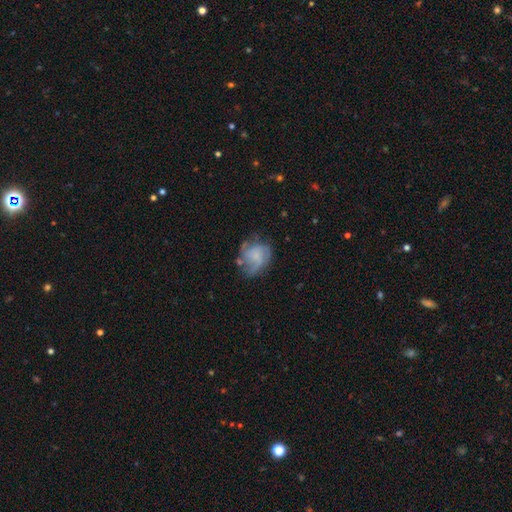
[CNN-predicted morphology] Smooth or featured? Predicted: featured or disk (p=0.57). Edge-on disk? Predicted: no (p=0.98). Bar? Predicted: no (p=0.74). Spiral arms? Predicted: yes (p=0.80). Bulge size? Predicted: none (p=0.47). Merging? Predicted: none (p=0.53).